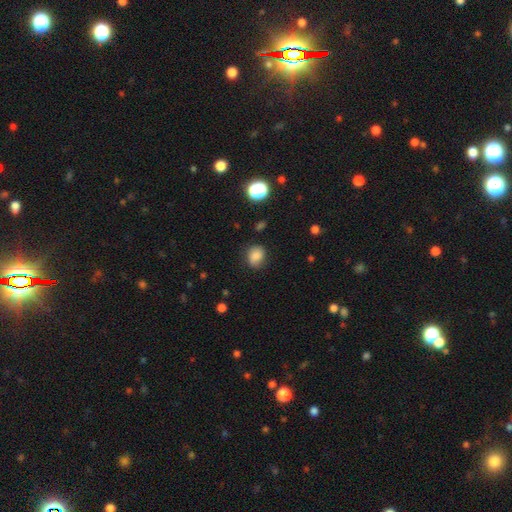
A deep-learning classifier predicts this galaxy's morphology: Smooth or featured?
  - smooth: 80% *
  - star or artifact: 11%
  - featured or disk: 9%
How rounded?
  - round: 57% *
  - in between: 42%
  - cigar-shaped: 1%
Merging?
  - none: 75% *
  - minor disturbance: 19%
  - major disturbance: 5%
  - merger: 2%